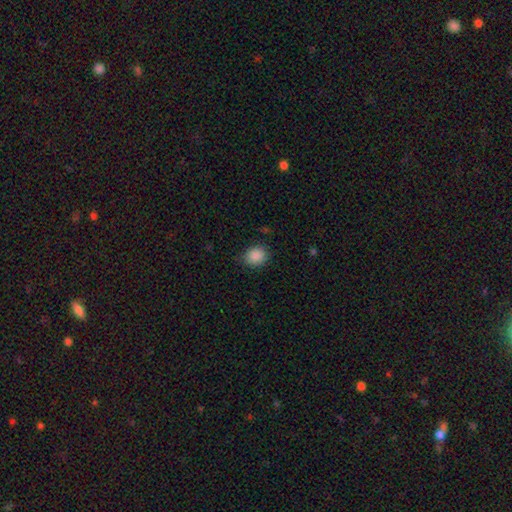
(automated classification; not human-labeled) Smooth or featured? Predicted: smooth (p=0.88). How rounded? Predicted: round (p=0.65). Merging? Predicted: none (p=0.81).